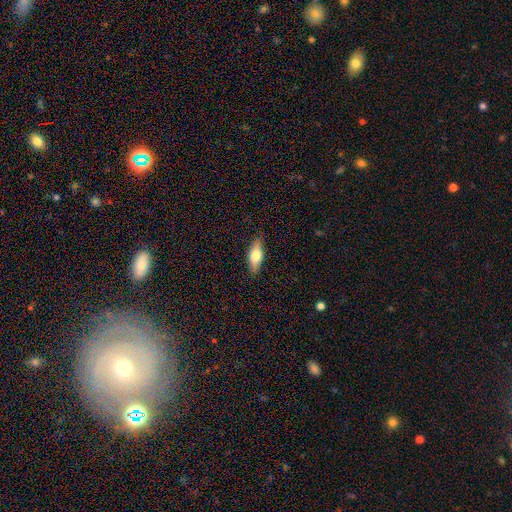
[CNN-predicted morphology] This is likely a smooth galaxy (67%). How rounded: likely in between (73%). Merging: clearly none (84%).